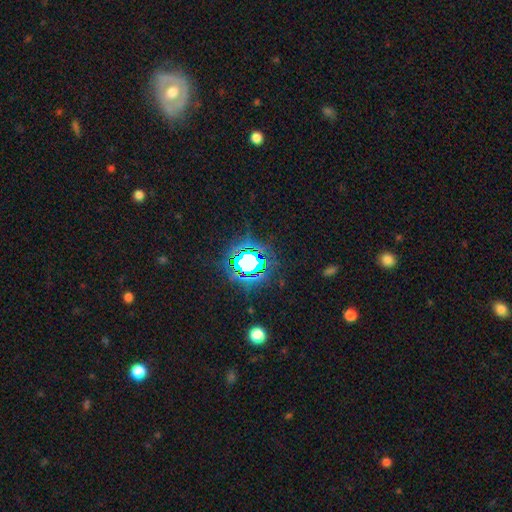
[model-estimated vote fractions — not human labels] Morphology: type=star or artifact (76%).